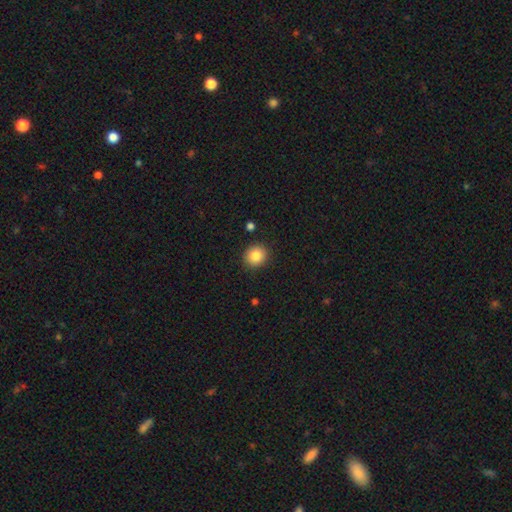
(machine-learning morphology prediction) Smooth or featured: smooth — 85% (star or artifact — 9%)
How rounded: round — 85% (in between — 14%)
Merging: none — 90% (minor disturbance — 7%)